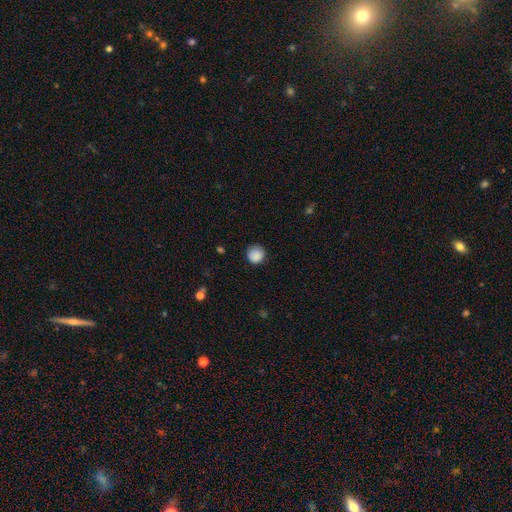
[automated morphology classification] smooth_or_featured: smooth (p=0.88) [alt: star or artifact p=0.08]
how_rounded: round (p=0.94) [alt: in between p=0.06]
merging: none (p=0.84) [alt: minor disturbance p=0.12]